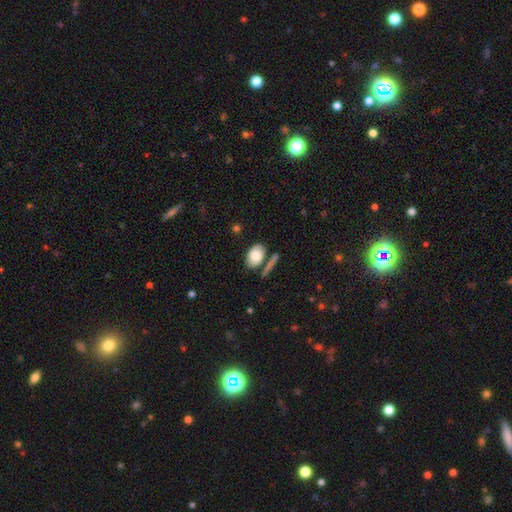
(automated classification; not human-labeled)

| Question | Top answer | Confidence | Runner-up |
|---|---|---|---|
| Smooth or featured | smooth | 79% | featured or disk (14%) |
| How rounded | in between | 86% | round (13%) |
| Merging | none | 60% | minor disturbance (19%) |